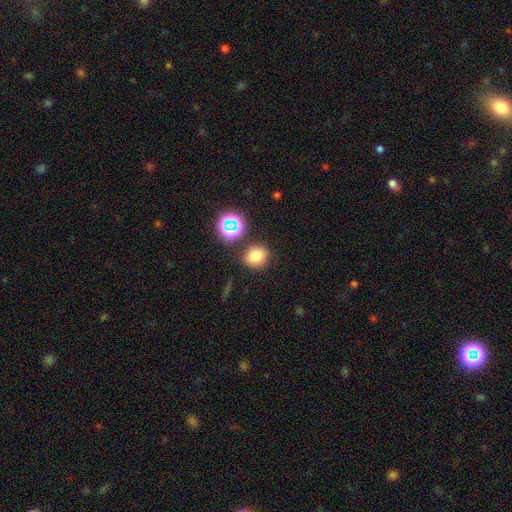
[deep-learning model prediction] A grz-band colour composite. It shows a smooth galaxy with no disk features (77%) that is round (73%). Merging: none (82%).